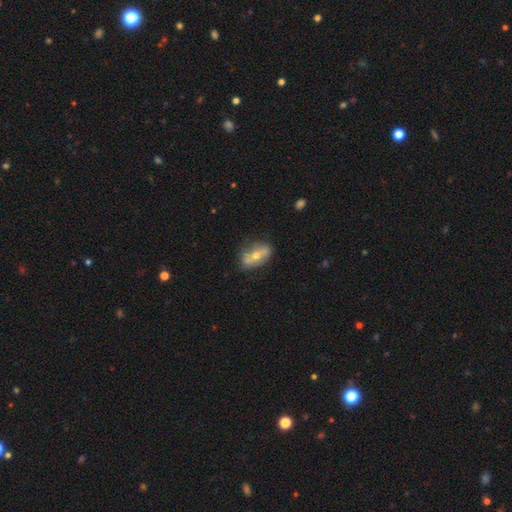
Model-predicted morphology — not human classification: Smooth or featured?
  - smooth: 47% *
  - featured or disk: 46%
  - star or artifact: 7%
Merging?
  - none: 67% *
  - minor disturbance: 22%
  - major disturbance: 6%
  - merger: 5%